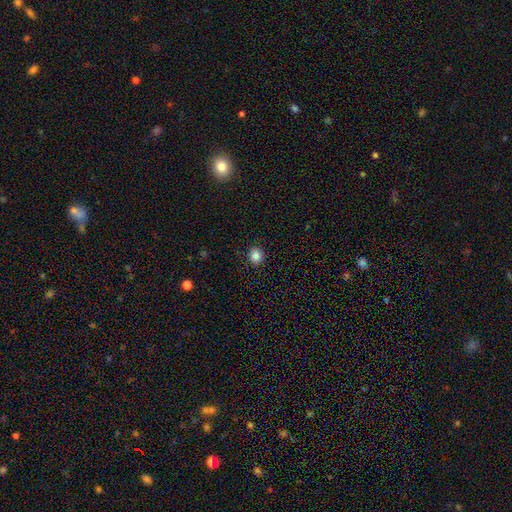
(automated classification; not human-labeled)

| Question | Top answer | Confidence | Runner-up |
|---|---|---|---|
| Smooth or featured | smooth | 85% | star or artifact (11%) |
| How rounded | round | 82% | in between (17%) |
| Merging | none | 91% | minor disturbance (6%) |